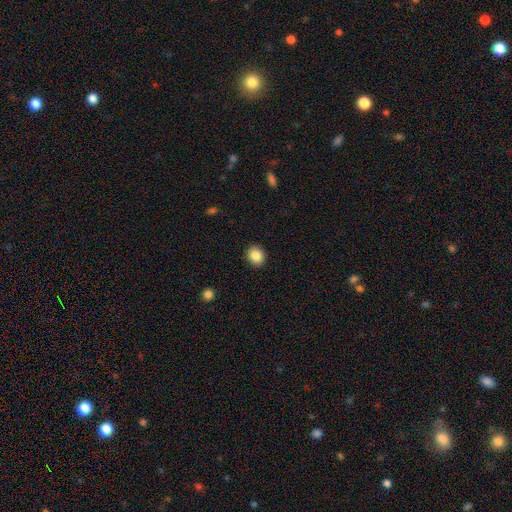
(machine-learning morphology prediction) Smooth or featured: smooth — 86% (star or artifact — 9%)
How rounded: round — 68% (in between — 32%)
Merging: none — 91% (minor disturbance — 6%)